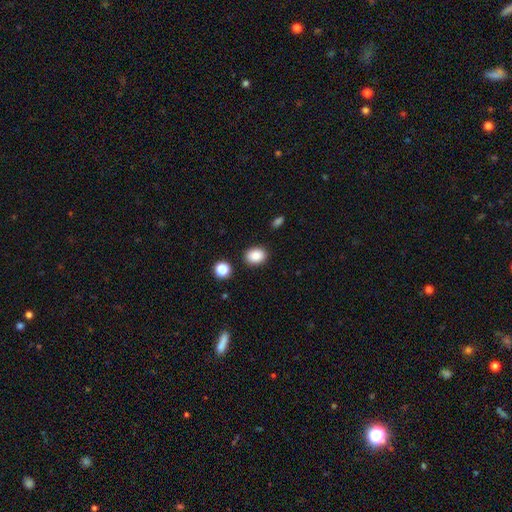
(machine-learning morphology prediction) A smooth galaxy with no disk features (87%) that is in between round and cigar-shaped (58%).

Vote fractions:
- Smooth or featured? smooth: 87% / star or artifact: 9% / featured or disk: 4%
- How rounded? in between: 58% / round: 41% / cigar-shaped: 1%
- Merging? none: 87% / minor disturbance: 8% / merger: 3% / major disturbance: 2%